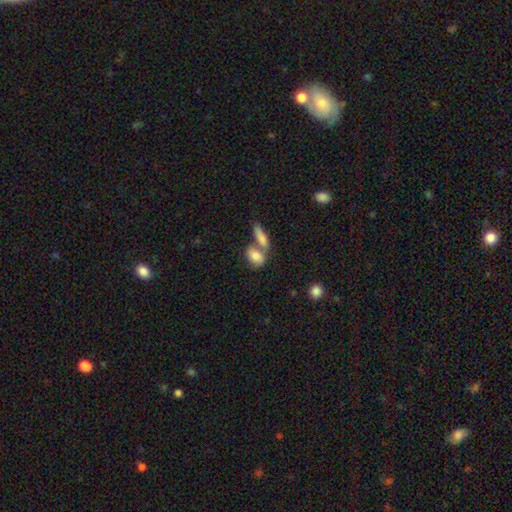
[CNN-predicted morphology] smooth 79%, featured or disk 14%, star or artifact 7%. Down the decision tree: how rounded — in between (77%); merging — merger (48%).